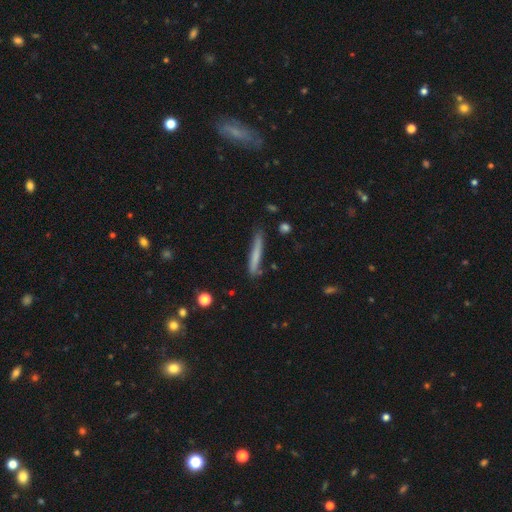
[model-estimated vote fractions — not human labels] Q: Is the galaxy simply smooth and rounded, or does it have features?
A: smooth — 68%.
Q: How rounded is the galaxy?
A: cigar-shaped — 95%.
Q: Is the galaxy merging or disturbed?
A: none — 78%.